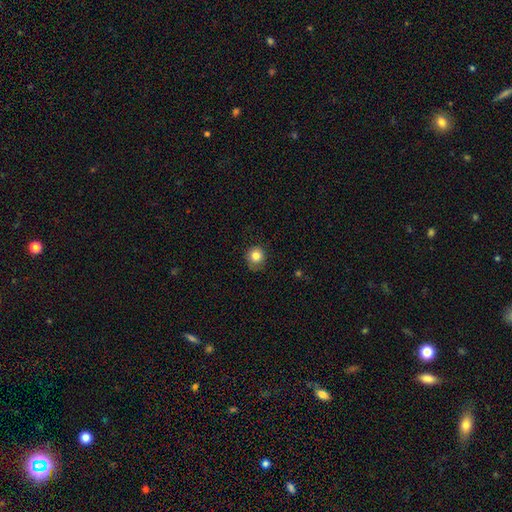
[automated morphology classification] type=smooth (82%); roundness=round (87%); merging=none (77%).